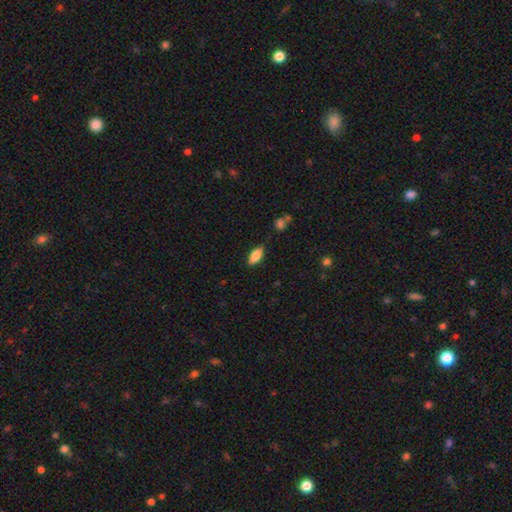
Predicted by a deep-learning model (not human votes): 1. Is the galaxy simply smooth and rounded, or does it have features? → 85% smooth, 8% featured or disk, 7% star or artifact.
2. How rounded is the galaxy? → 84% in between, 14% cigar-shaped, 2% round.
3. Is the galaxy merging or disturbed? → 82% none, 14% minor disturbance, 3% major disturbance, 2% merger.